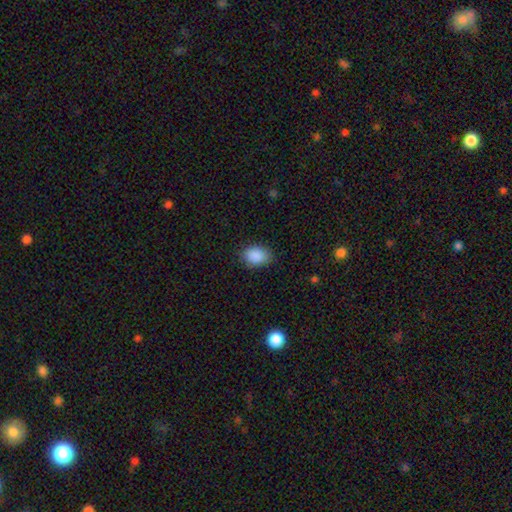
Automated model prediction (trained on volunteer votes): Morphology: type=smooth (89%); roundness=in between (68%); merging=none (84%).